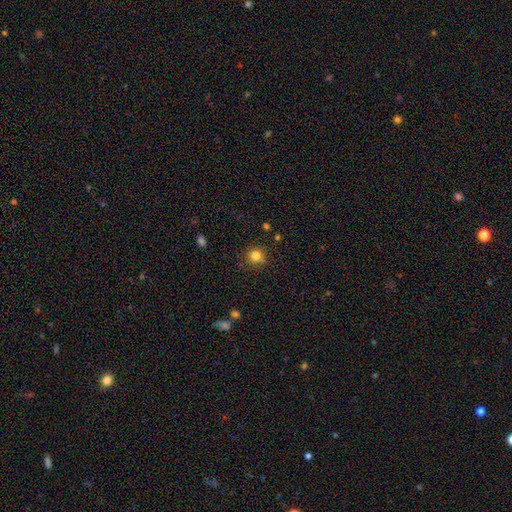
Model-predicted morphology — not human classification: Overall: smooth (80%). How rounded: round (85%). Merging: none (76%).